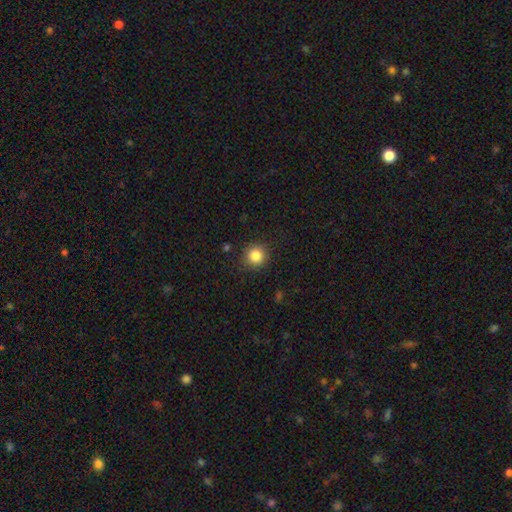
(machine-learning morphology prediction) Overall: smooth (84%). How rounded: round (92%). Merging: none (88%).